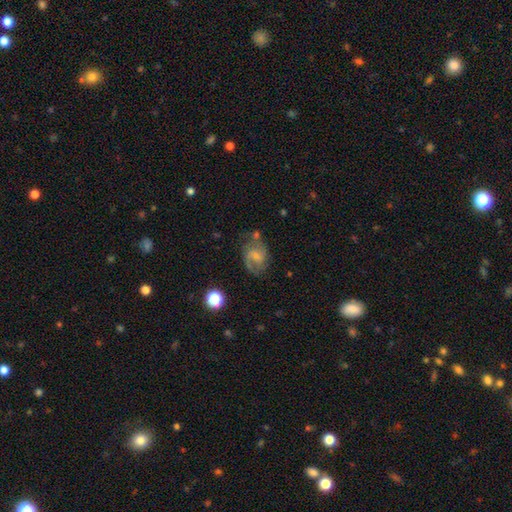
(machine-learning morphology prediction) This is likely a featured or disk galaxy (69%). It is clearly not viewed edge-on (98%). Bar: possibly weak (48%). Spiral arm pattern: clearly yes (90%). Spiral arm count: likely 2 (78%). Spiral winding: possibly medium (51%). Central bulge: possibly small (58%). Merging: possibly none (57%).